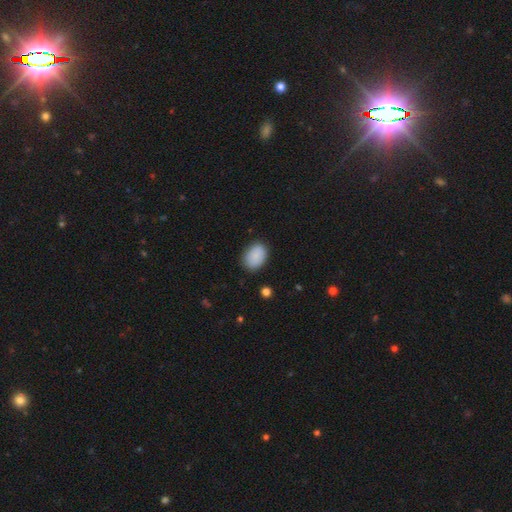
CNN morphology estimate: smooth-or-featured: smooth: 88% | star or artifact: 7% | featured or disk: 5%
  how-rounded: in between: 82% | round: 17% | cigar-shaped: 1%
  merging: none: 83% | minor disturbance: 13% | major disturbance: 3% | merger: 1%